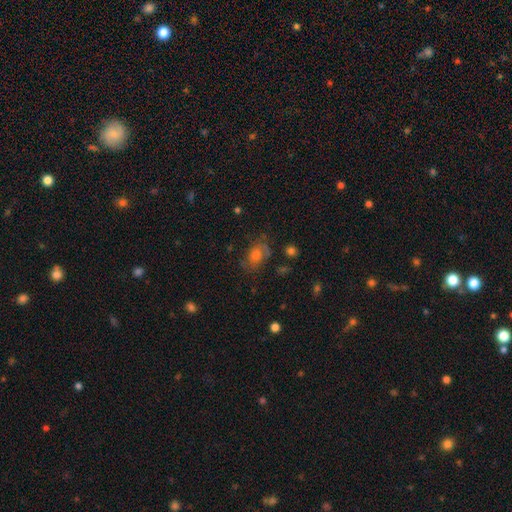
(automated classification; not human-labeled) Morphology: type=featured or disk (46%); merging=none (62%).